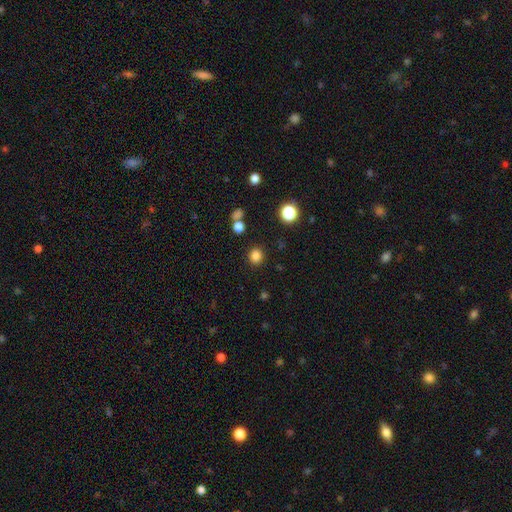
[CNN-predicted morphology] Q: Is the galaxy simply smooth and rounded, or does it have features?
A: smooth — 82%.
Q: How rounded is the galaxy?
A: round — 88%.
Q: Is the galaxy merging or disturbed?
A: none — 88%.